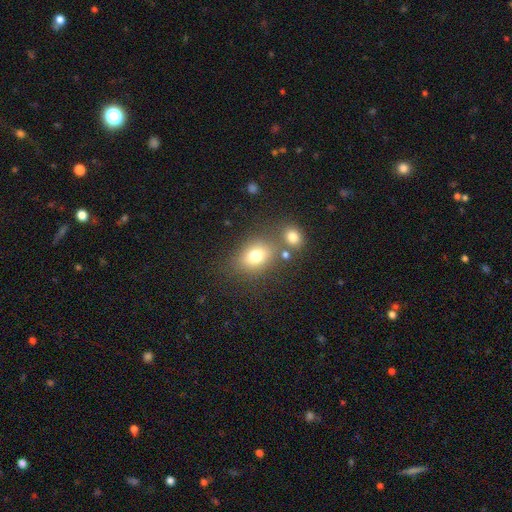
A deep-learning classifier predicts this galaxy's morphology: A smooth galaxy with no disk features (75%) that is in between round and cigar-shaped (60%). Merging: none (64%).